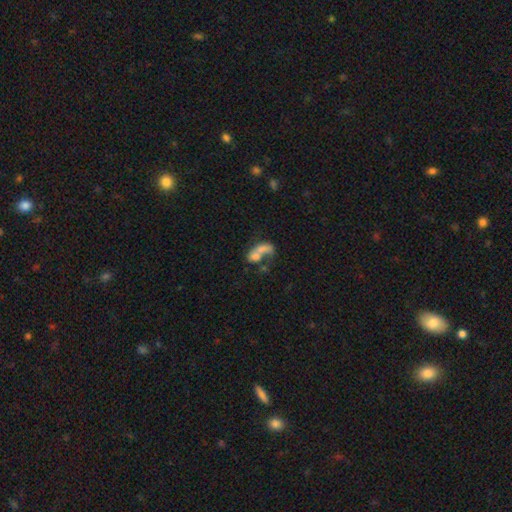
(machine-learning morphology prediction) Smooth or featured? Predicted: smooth (p=0.59). How rounded? Predicted: in between (p=0.75). Merging? Predicted: merger (p=0.61).